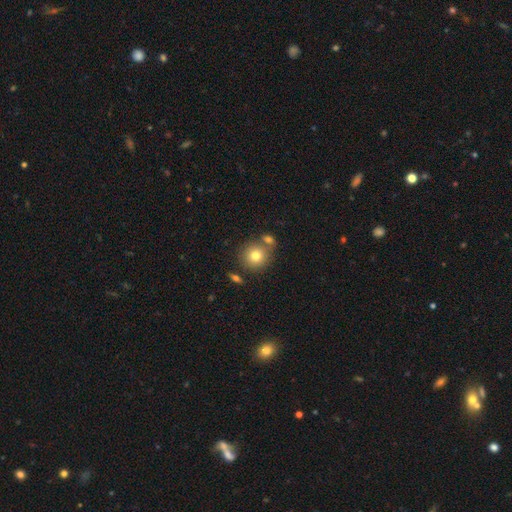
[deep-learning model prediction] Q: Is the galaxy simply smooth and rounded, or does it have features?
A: smooth — 77%.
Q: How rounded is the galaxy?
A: round — 88%.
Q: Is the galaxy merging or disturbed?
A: none — 66%.